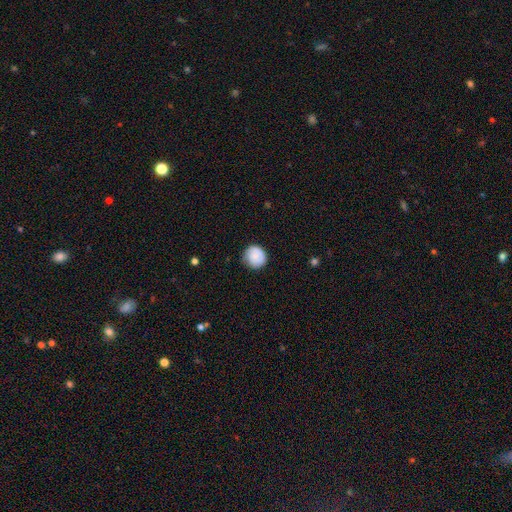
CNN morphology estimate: This appears to be a smooth galaxy with no disk features (80%) that is round (90%). Merging: none (78%).